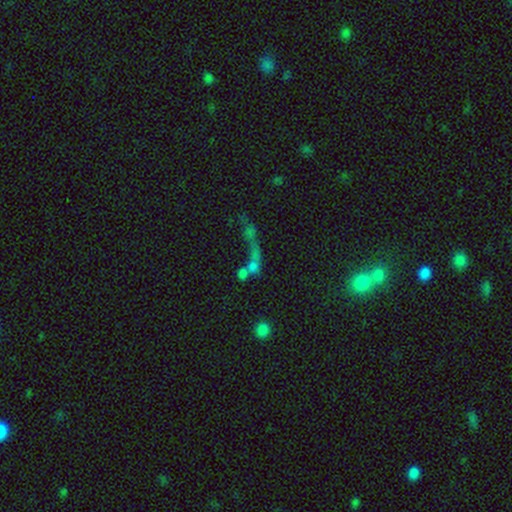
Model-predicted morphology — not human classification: Overall: star or artifact (44%; smooth 33%).